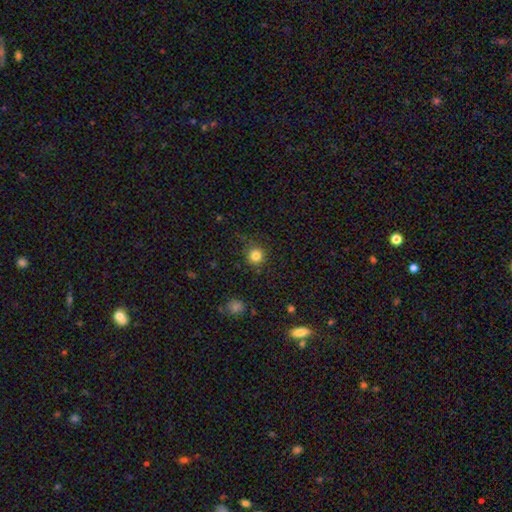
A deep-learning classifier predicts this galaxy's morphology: smooth-or-featured: smooth: 82% | star or artifact: 13% | featured or disk: 5%
  how-rounded: round: 93% | in between: 6% | cigar-shaped: 1%
  merging: none: 86% | minor disturbance: 9% | major disturbance: 3% | merger: 2%